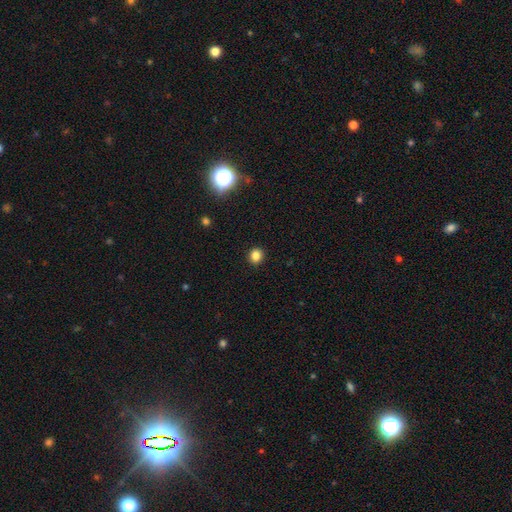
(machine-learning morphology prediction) This appears to be a smooth galaxy with no disk features (82%) that is round (85%). Merging: none (92%).